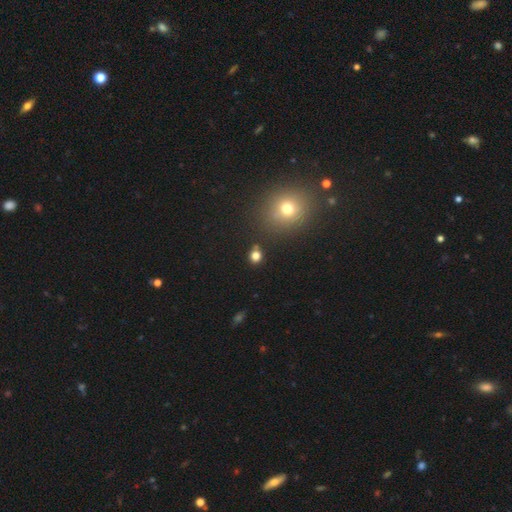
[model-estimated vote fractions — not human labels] smooth 77%, star or artifact 18%, featured or disk 6%. Down the decision tree: how rounded — round (76%); merging — none (81%).